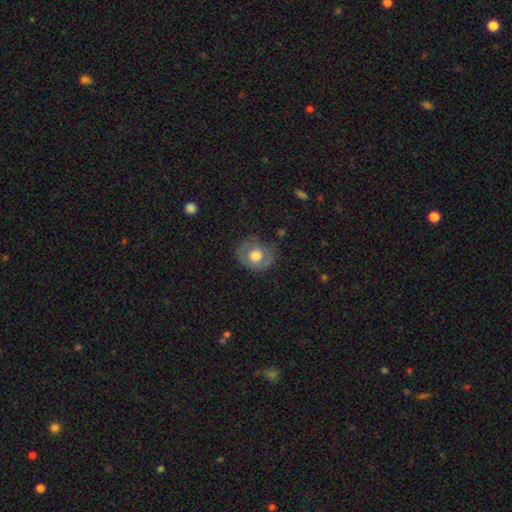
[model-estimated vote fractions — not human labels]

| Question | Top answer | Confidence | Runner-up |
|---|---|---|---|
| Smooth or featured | smooth | 57% | featured or disk (35%) |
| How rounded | round | 72% | in between (27%) |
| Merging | none | 65% | minor disturbance (23%) |